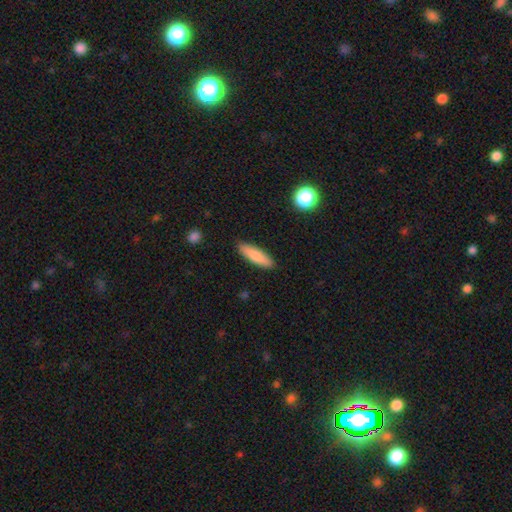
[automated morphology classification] smooth_or_featured: smooth (p=0.82) [alt: featured or disk p=0.12]
how_rounded: cigar-shaped (p=0.67) [alt: in between p=0.32]
merging: none (p=0.88) [alt: minor disturbance p=0.09]